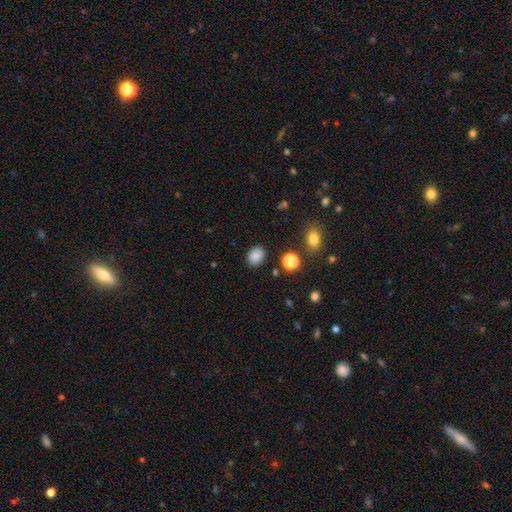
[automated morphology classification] A smooth galaxy with no disk features (85%) that is in between round and cigar-shaped (59%). Merging: none (86%).